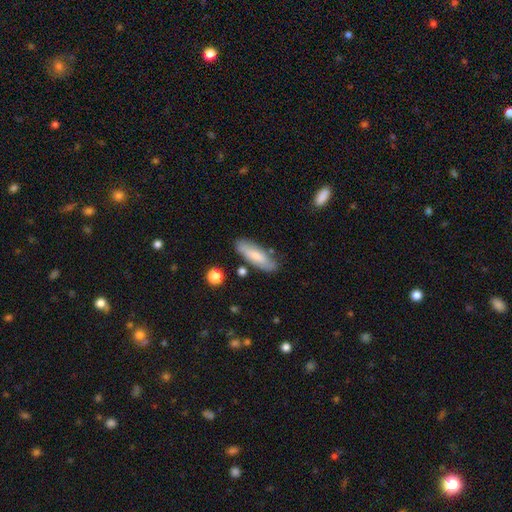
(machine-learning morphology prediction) type=smooth (68%); roundness=in between (58%); merging=none (76%).